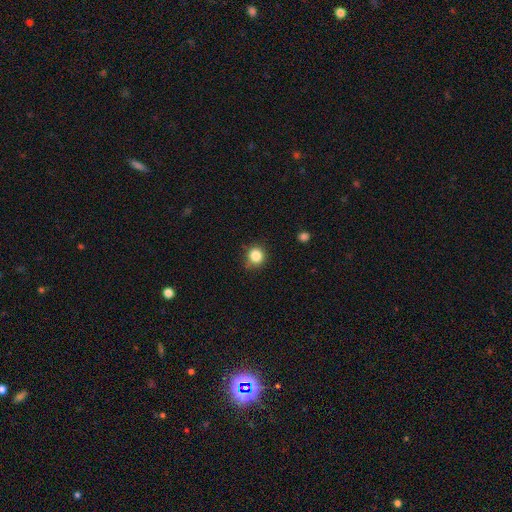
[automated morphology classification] A smooth galaxy with no disk features (84%) that is round (87%). Merging: none (80%).